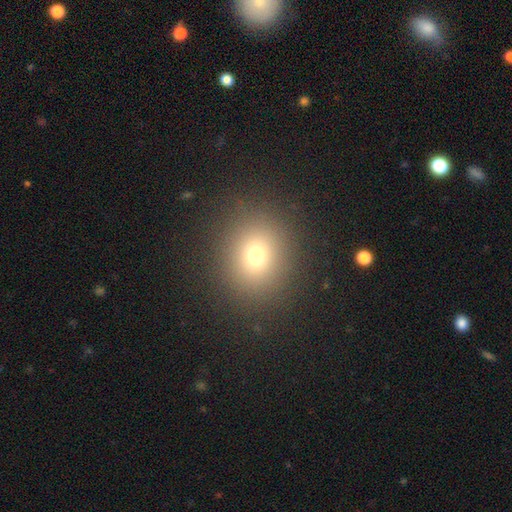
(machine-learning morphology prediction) Smooth or featured? Predicted: smooth (p=0.71). How rounded? Predicted: round (p=0.77). Merging? Predicted: none (p=0.89).